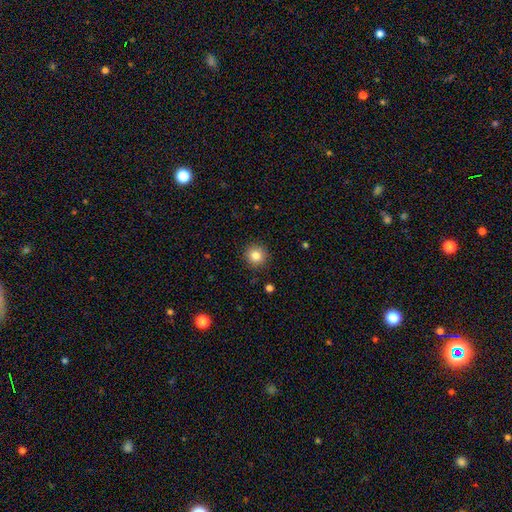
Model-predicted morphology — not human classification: This appears to be a smooth galaxy with no disk features (83%) that is round (94%). Merging: none (91%).